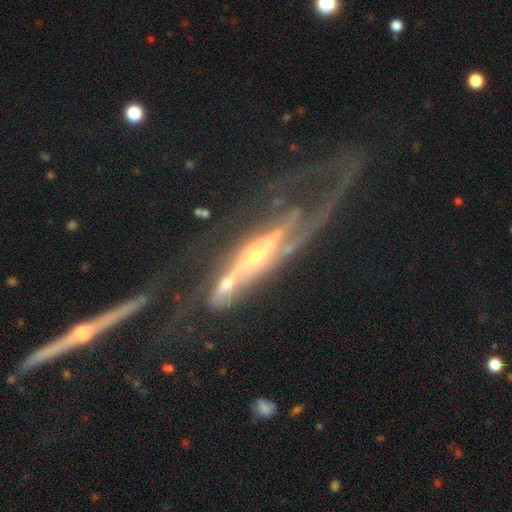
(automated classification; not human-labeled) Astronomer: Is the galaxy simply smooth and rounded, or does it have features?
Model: featured or disk — 83%.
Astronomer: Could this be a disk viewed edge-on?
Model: no — 62% (runner-up: yes, 38%).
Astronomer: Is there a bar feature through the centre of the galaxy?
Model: no — 51%.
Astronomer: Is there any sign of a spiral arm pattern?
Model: yes — 77%.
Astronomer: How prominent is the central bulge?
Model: small — 52% (runner-up: moderate, 40%).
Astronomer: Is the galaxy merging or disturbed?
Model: major disturbance — 39% (runner-up: none, 24%).